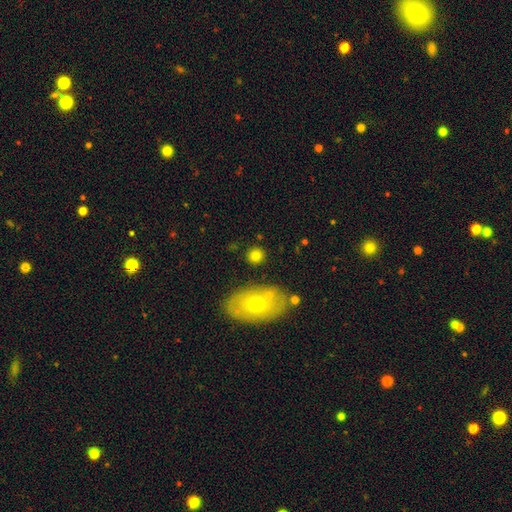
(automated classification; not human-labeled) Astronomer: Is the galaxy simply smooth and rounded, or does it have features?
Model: smooth — 78%.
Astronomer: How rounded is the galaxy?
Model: round — 82%.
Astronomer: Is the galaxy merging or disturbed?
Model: none — 82%.